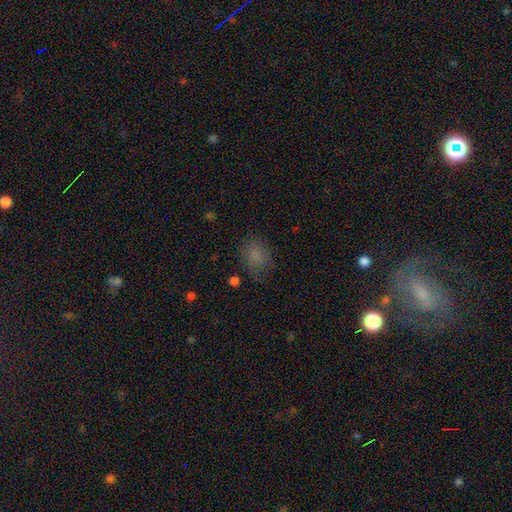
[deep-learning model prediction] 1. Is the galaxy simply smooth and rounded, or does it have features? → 77% smooth, 15% star or artifact, 9% featured or disk.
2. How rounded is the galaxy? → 56% in between, 43% round, 1% cigar-shaped.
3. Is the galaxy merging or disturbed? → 68% none, 21% minor disturbance, 10% major disturbance, 2% merger.